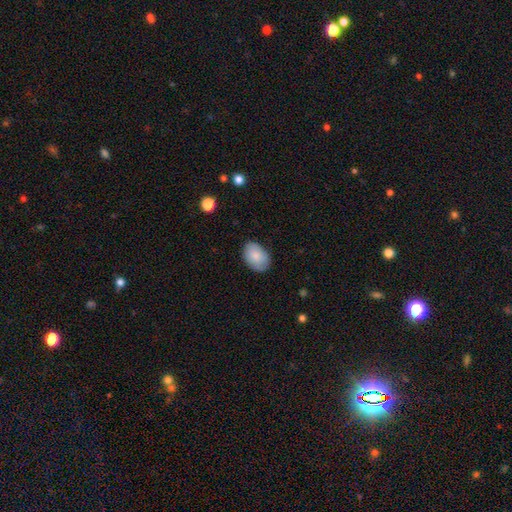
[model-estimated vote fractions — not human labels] smooth_or_featured: smooth (p=0.84) [alt: featured or disk p=0.10]
how_rounded: in between (p=0.86) [alt: round p=0.13]
merging: none (p=0.83) [alt: minor disturbance p=0.14]